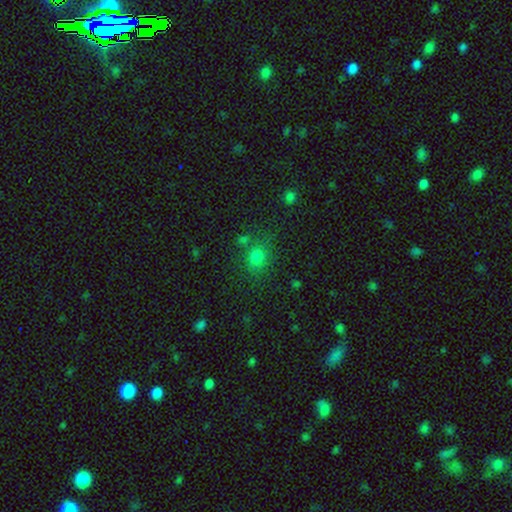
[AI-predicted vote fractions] smooth 77%, star or artifact 17%, featured or disk 6%. Down the decision tree: how rounded — round (65%); merging — none (71%).